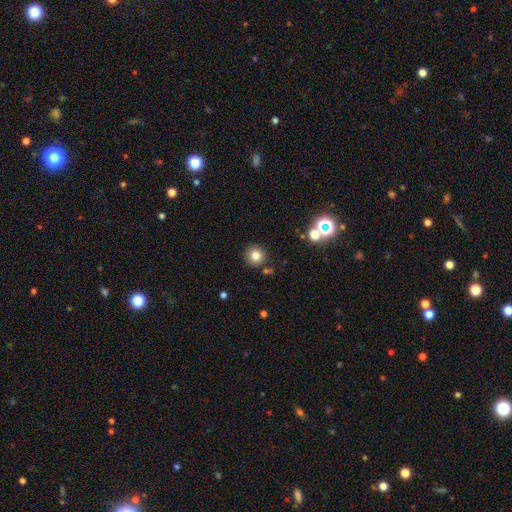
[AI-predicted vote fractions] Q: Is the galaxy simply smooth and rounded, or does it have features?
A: smooth — 79%.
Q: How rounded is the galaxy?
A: round — 95%.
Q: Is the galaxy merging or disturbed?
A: none — 86%.